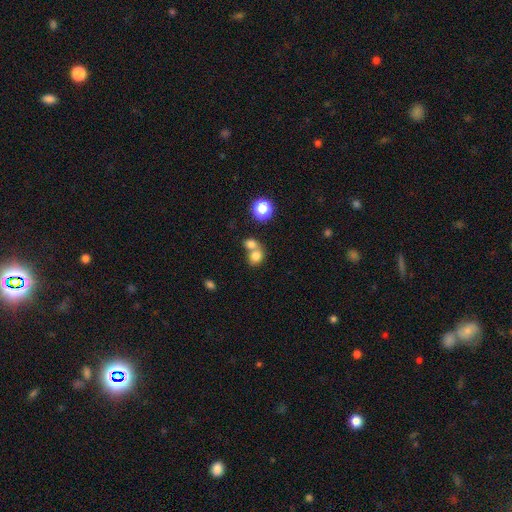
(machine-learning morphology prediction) Smooth or featured? Predicted: smooth (p=0.76). How rounded? Predicted: round (p=0.64). Merging? Predicted: merger (p=0.56).